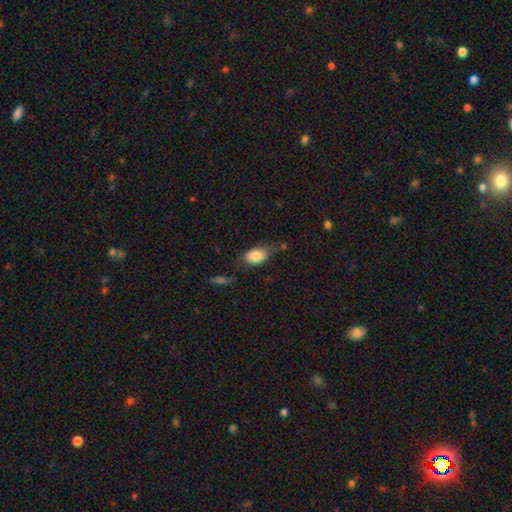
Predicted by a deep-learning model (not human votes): The model was most divided on "merging": none: 62%, minor disturbance: 23%, major disturbance: 9%, merger: 6%. More confident: how rounded — in between (90%); smooth or featured — smooth (83%).